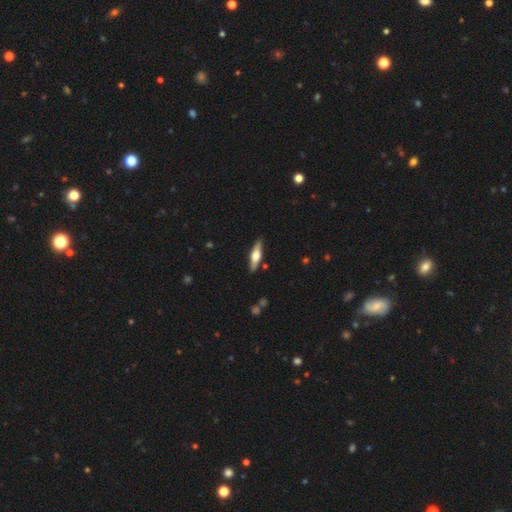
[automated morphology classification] featured or disk 57%, smooth 37%, star or artifact 6%. Down the decision tree: edge-on disk — yes (94%); edge-on bulge — rounded (89%); merging — none (87%).